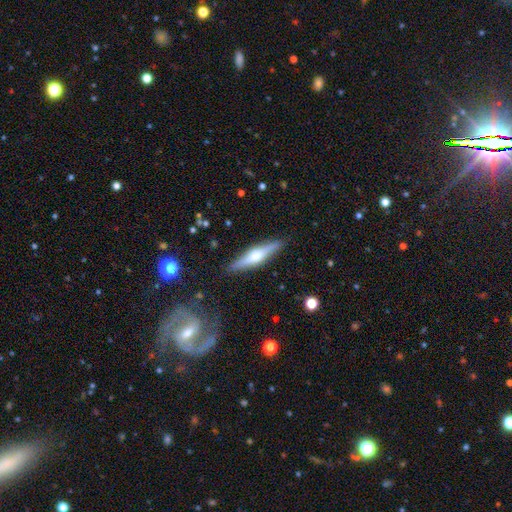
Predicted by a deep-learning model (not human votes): Q: Smooth or featured?
A: featured or disk (62%); runner-up: smooth (32%)
Q: Edge-on disk?
A: yes (95%); runner-up: no (5%)
Q: Edge-on bulge?
A: rounded (86%); runner-up: boxy (9%)
Q: Merging?
A: none (88%); runner-up: minor disturbance (9%)